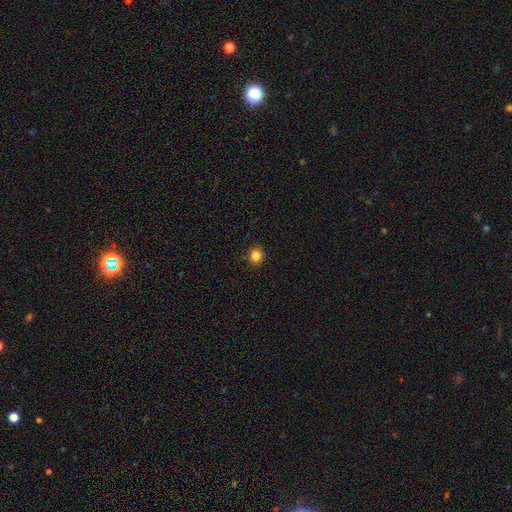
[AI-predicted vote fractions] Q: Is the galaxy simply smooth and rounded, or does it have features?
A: smooth — 84%.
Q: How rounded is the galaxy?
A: round — 75%.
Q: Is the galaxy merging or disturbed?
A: none — 89%.